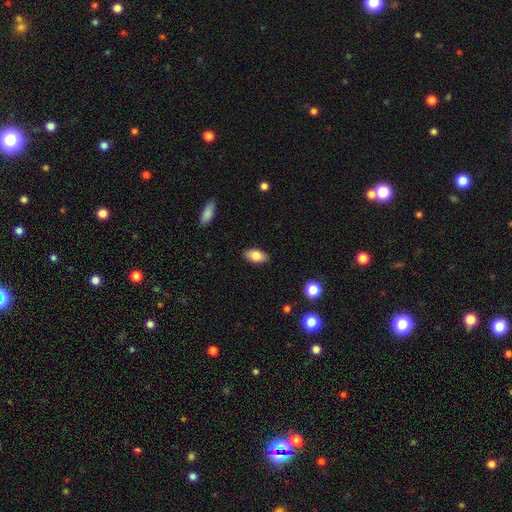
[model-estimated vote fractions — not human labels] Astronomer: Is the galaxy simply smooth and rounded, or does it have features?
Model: smooth — 82%.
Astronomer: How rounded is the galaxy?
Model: in between — 92%.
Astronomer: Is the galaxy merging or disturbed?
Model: none — 88%.